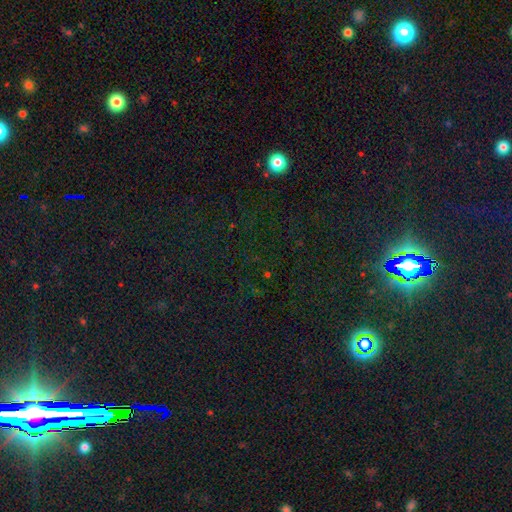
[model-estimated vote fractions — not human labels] smooth_or_featured: star or artifact (p=0.80) [alt: smooth p=0.12]